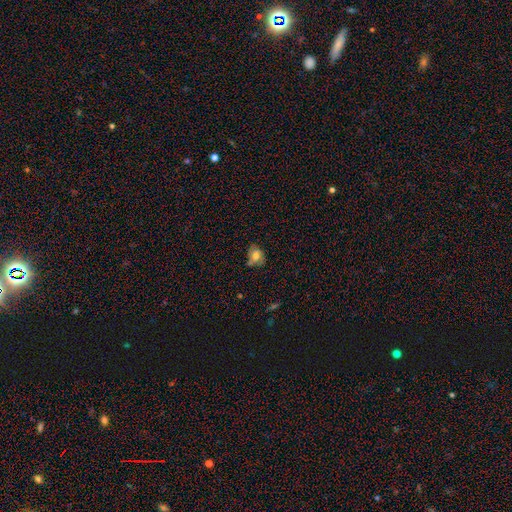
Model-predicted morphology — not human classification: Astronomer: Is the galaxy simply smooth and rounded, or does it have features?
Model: smooth — 63%.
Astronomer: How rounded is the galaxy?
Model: in between — 60% (runner-up: round, 38%).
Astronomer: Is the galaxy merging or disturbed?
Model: none — 52% (runner-up: minor disturbance, 29%).